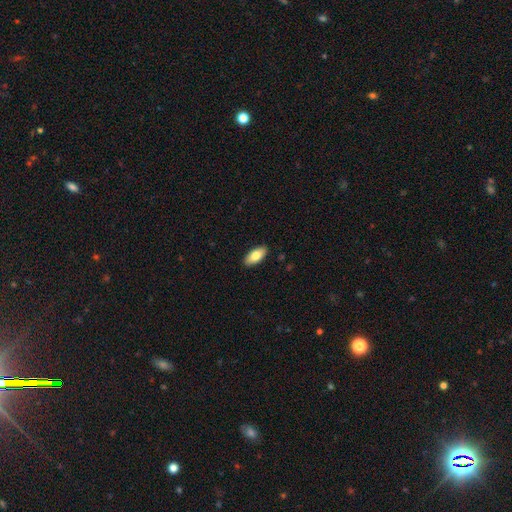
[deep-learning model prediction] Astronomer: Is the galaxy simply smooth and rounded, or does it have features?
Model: smooth — 80%.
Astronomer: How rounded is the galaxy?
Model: in between — 90%.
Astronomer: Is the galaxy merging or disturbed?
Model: none — 90%.